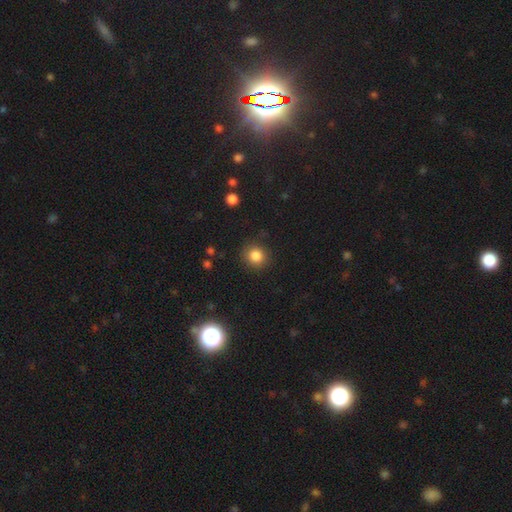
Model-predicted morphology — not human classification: Smooth or featured? Predicted: smooth (p=0.84). How rounded? Predicted: round (p=0.87). Merging? Predicted: none (p=0.88).